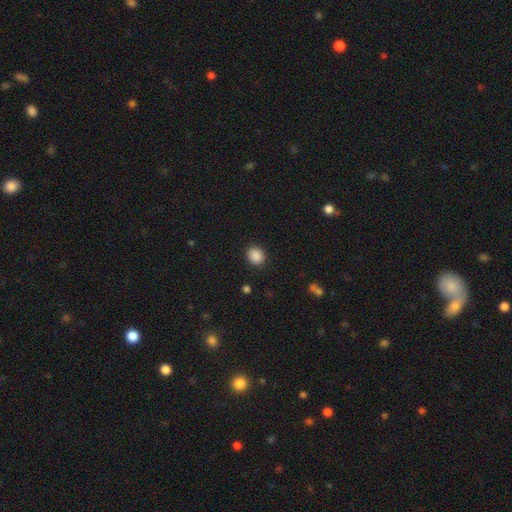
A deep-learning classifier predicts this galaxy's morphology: Smooth or featured?
  - smooth: 88% *
  - star or artifact: 9%
  - featured or disk: 3%
How rounded?
  - round: 68% *
  - in between: 31%
  - cigar-shaped: 1%
Merging?
  - none: 89% *
  - minor disturbance: 7%
  - major disturbance: 2%
  - merger: 1%